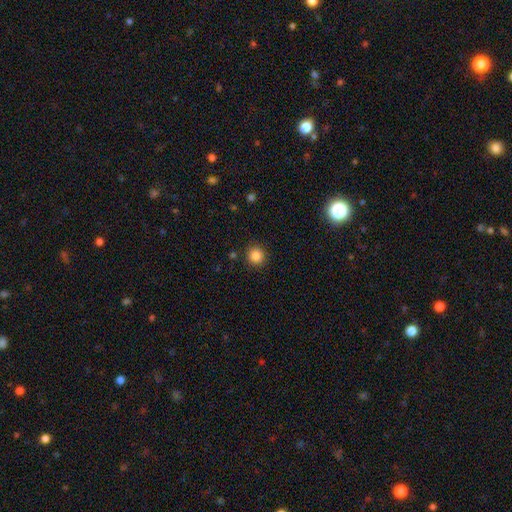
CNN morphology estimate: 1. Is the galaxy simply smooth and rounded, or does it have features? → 85% smooth, 11% star or artifact, 4% featured or disk.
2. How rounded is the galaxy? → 93% round, 6% in between, 1% cigar-shaped.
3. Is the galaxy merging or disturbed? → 90% none, 6% minor disturbance, 2% major disturbance, 2% merger.